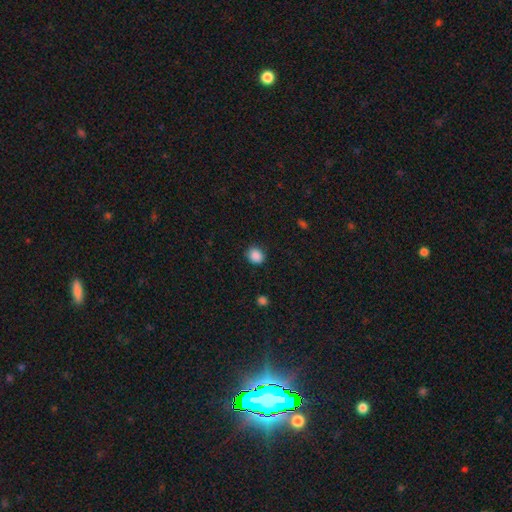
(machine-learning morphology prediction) A smooth galaxy with no disk features (88%) that is round (69%).

Vote fractions:
- Smooth or featured? smooth: 88% / star or artifact: 9% / featured or disk: 3%
- How rounded? round: 69% / in between: 30% / cigar-shaped: 1%
- Merging? none: 88% / minor disturbance: 9% / major disturbance: 3% / merger: 1%